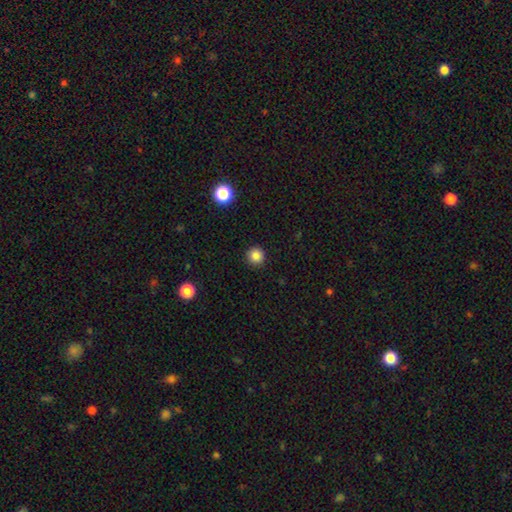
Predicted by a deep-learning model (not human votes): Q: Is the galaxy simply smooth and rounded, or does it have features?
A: smooth — 85%.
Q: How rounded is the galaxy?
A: round — 95%.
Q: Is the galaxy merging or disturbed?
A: none — 92%.